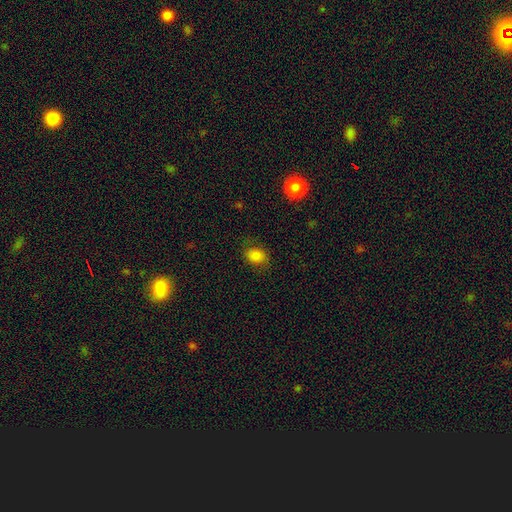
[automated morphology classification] smooth-or-featured: smooth: 82% | star or artifact: 11% | featured or disk: 7%
  how-rounded: in between: 59% | round: 40% | cigar-shaped: 1%
  merging: none: 76% | minor disturbance: 17% | major disturbance: 6% | merger: 1%